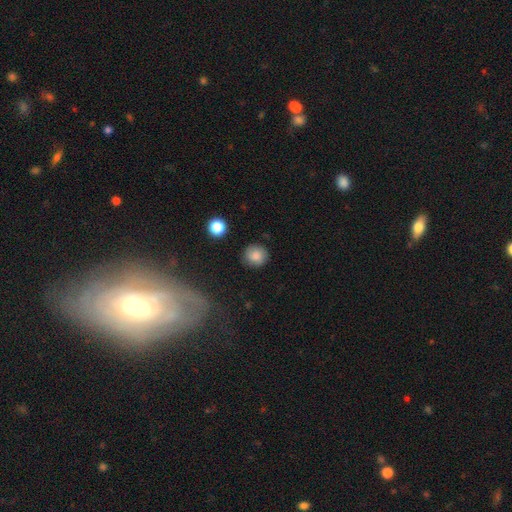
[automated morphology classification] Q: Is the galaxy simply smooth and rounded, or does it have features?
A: smooth — 84%.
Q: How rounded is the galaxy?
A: round — 91%.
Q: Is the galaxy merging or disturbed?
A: none — 87%.